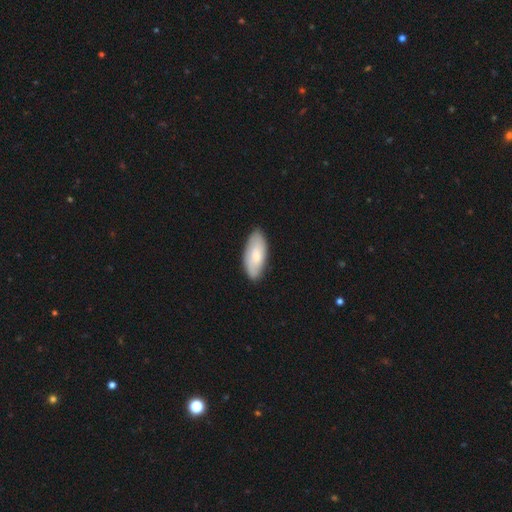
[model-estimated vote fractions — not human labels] A smooth galaxy with no disk features (72%) that is in between round and cigar-shaped (88%). Merging: none (84%).